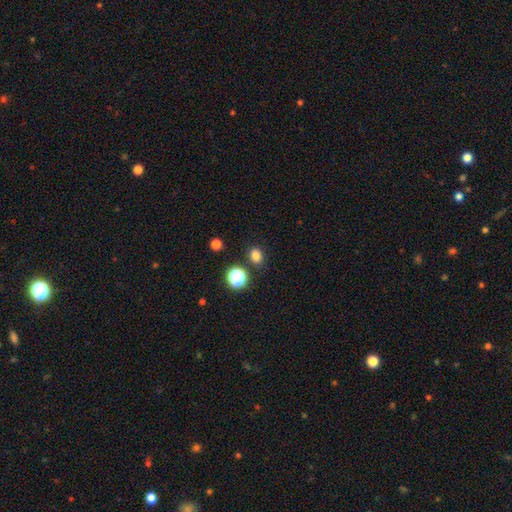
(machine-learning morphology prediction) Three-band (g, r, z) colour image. It shows a smooth galaxy with no disk features (79%) that is round (51%). Merging: none (84%).